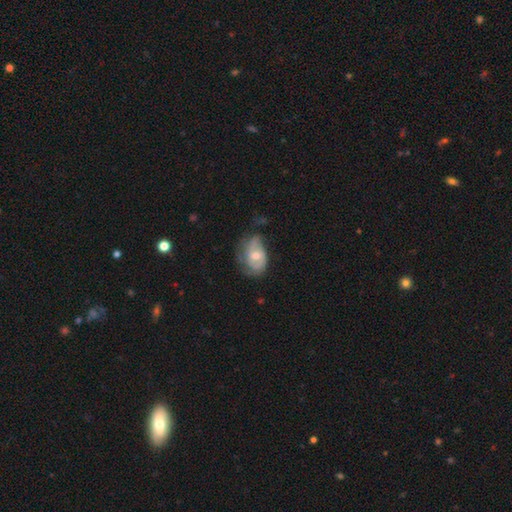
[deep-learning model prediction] Smooth or featured?
  - featured or disk: 60% *
  - smooth: 34%
  - star or artifact: 6%
Edge-on disk?
  - no: 96% *
  - yes: 4%
Bar?
  - no: 74% *
  - weak: 22%
  - strong: 4%
Spiral arms?
  - yes: 74% *
  - no: 26%
Bulge size?
  - moderate: 61% *
  - small: 33%
  - large: 3%
  - none: 1%
  - dominant: 1%
Merging?
  - none: 41% *
  - minor disturbance: 34%
  - major disturbance: 22%
  - merger: 2%